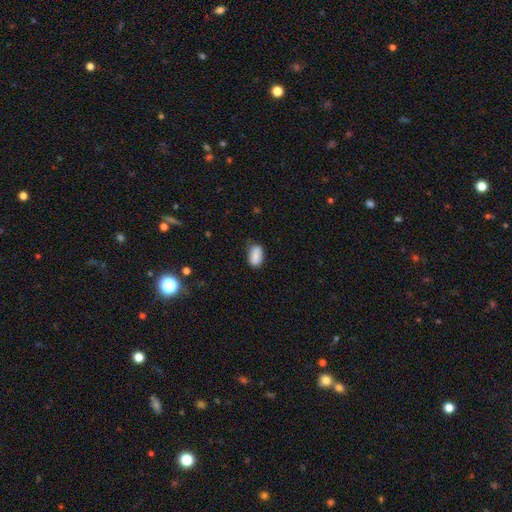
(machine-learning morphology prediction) smooth_or_featured: smooth (p=0.85) [alt: star or artifact p=0.08]
how_rounded: in between (p=0.90) [alt: round p=0.08]
merging: none (p=0.67) [alt: minor disturbance p=0.24]